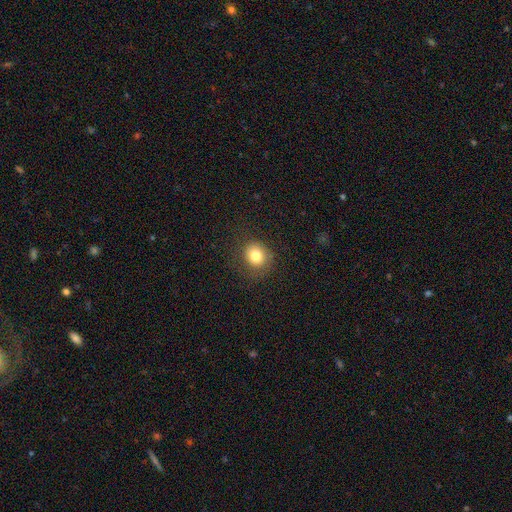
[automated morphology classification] Smooth or featured? smooth (80%)
How rounded? round (78%)
Merging? none (79%)